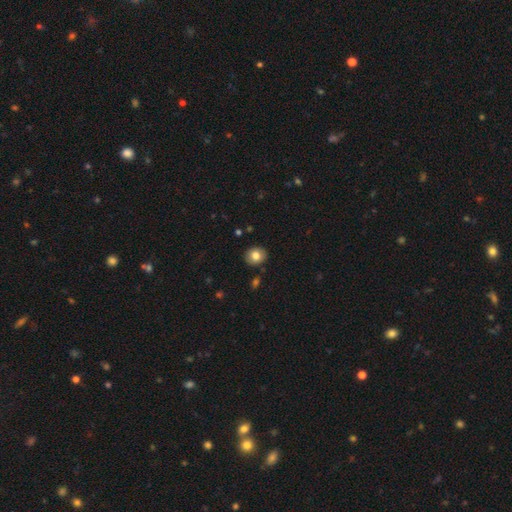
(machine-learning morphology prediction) Smooth or featured? Predicted: smooth (p=0.80). How rounded? Predicted: round (p=0.70). Merging? Predicted: none (p=0.89).